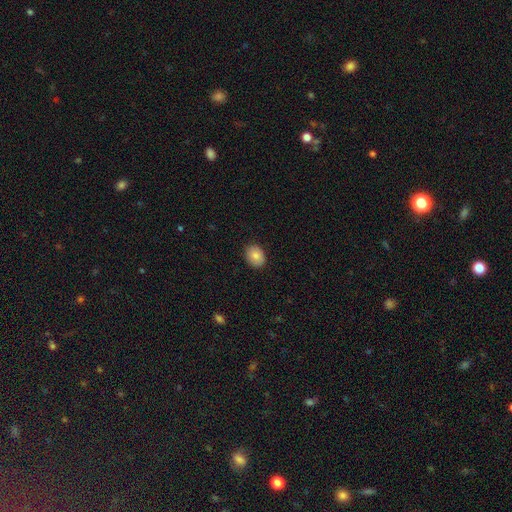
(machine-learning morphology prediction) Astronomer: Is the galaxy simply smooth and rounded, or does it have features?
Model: smooth — 84%.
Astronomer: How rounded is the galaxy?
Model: in between — 62% (runner-up: round, 38%).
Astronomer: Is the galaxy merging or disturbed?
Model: none — 89%.